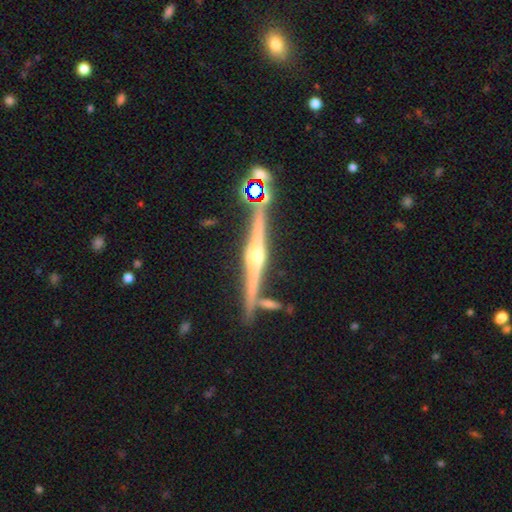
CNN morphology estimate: smooth-or-featured: featured or disk: 89% | smooth: 6% | star or artifact: 5%
  disk-edge-on: yes: 98% | no: 2%
    edge-on-bulge: rounded: 92% | boxy: 4% | none: 4%
  merging: none: 83% | minor disturbance: 9% | merger: 6% | major disturbance: 2%